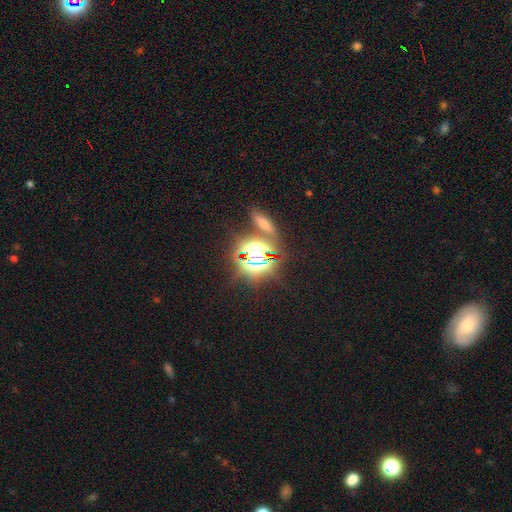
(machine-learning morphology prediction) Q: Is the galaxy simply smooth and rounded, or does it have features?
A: star or artifact — 71%.